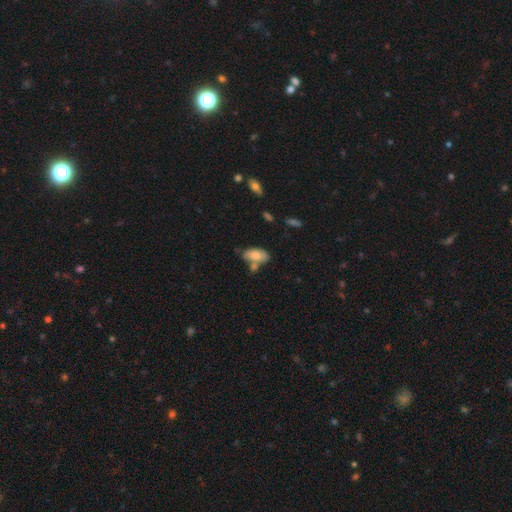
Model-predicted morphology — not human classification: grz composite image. It shows a smooth galaxy with no disk features (72%) that is in between round and cigar-shaped (92%). Merging: none (51%).